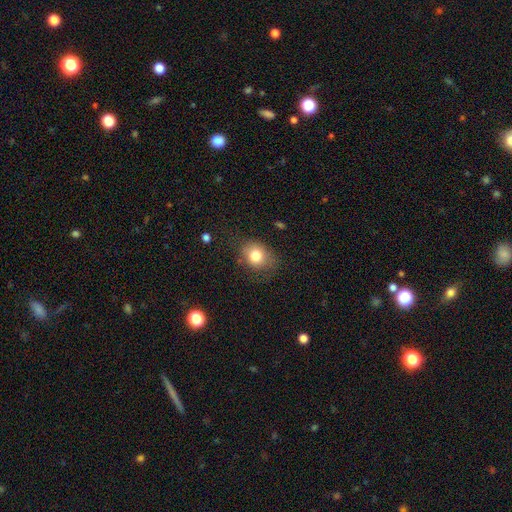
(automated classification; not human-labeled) The model was most divided on "how rounded": in between: 51%, round: 48%, cigar-shaped: 1%. More confident: smooth or featured — smooth (79%); merging — none (65%).